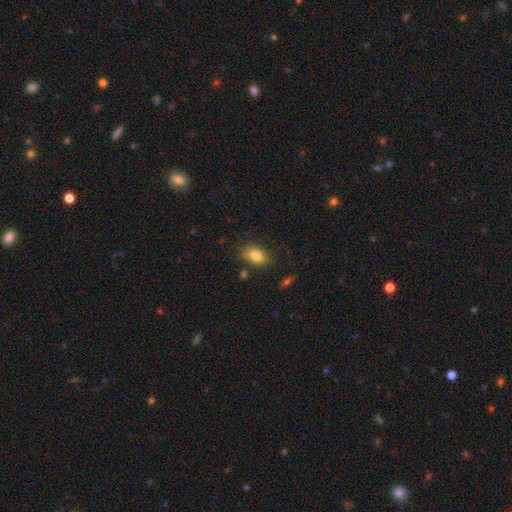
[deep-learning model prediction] Q: Smooth or featured?
A: smooth (82%); runner-up: star or artifact (9%)
Q: How rounded?
A: in between (79%); runner-up: round (19%)
Q: Merging?
A: none (76%); runner-up: minor disturbance (17%)